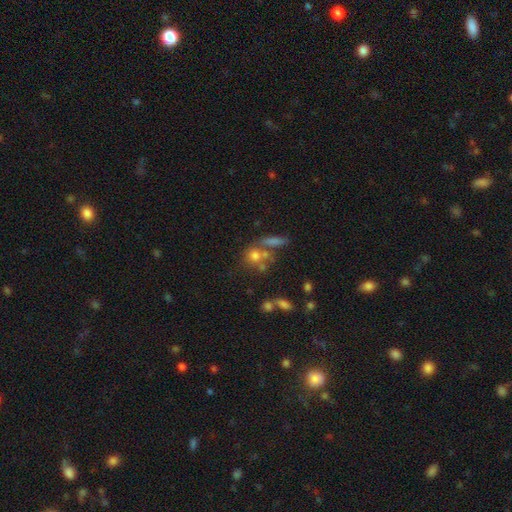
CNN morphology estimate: A smooth galaxy with no disk features (64%) that is round (72%).

Vote fractions:
- Smooth or featured? smooth: 64% / featured or disk: 19% / star or artifact: 17%
- How rounded? round: 72% / in between: 24% / cigar-shaped: 4%
- Merging? none: 45% / merger: 34% / minor disturbance: 12% / major disturbance: 8%